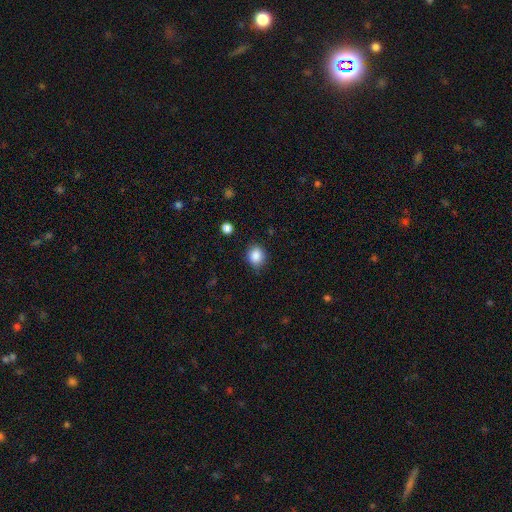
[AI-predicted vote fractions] smooth 87%, star or artifact 10%, featured or disk 4%. Down the decision tree: how rounded — round (76%); merging — none (80%).